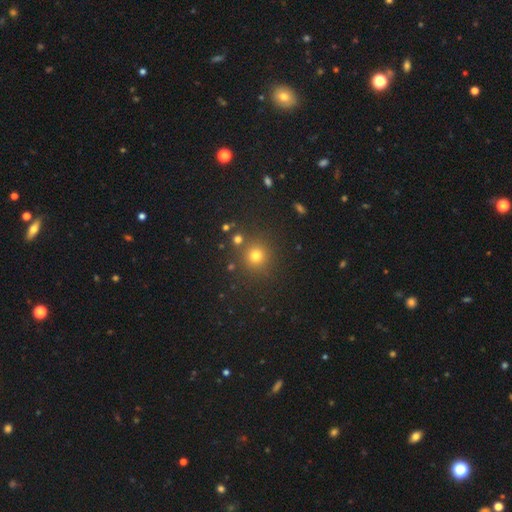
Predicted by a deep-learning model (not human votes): Smooth or featured?
  - smooth: 73% *
  - star or artifact: 21%
  - featured or disk: 7%
How rounded?
  - round: 93% *
  - in between: 6%
  - cigar-shaped: 1%
Merging?
  - none: 84% *
  - minor disturbance: 8%
  - merger: 6%
  - major disturbance: 3%